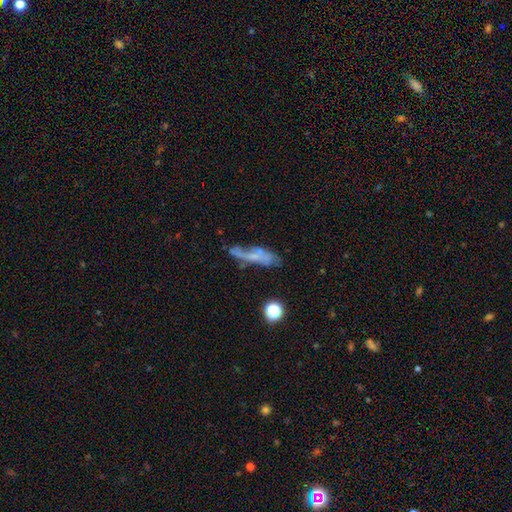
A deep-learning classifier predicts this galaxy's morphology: type=featured or disk (51%); edge-on=no (64%); merging=none (43%).